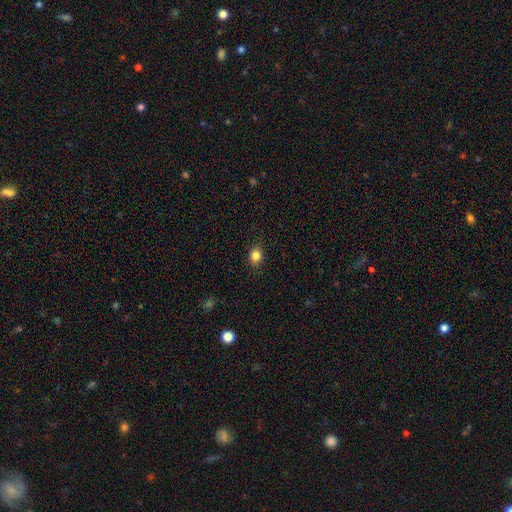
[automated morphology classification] Q: Smooth or featured?
A: smooth (84%); runner-up: star or artifact (11%)
Q: How rounded?
A: round (59%); runner-up: in between (40%)
Q: Merging?
A: none (87%); runner-up: minor disturbance (10%)